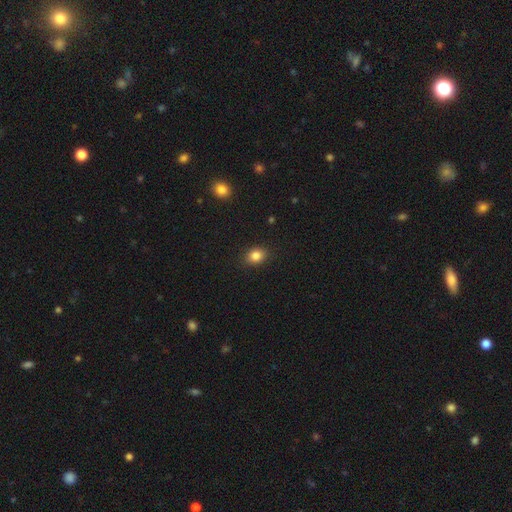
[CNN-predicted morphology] Smooth or featured? smooth (84%)
How rounded? in between (55%)
Merging? none (88%)